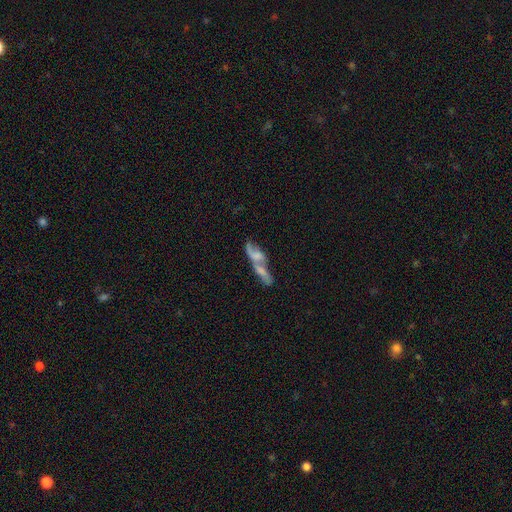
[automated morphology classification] Smooth or featured?
  - featured or disk: 50% *
  - smooth: 40%
  - star or artifact: 10%
Edge-on disk?
  - no: 78% *
  - yes: 22%
Merging?
  - merger: 64% *
  - none: 18%
  - major disturbance: 10%
  - minor disturbance: 8%